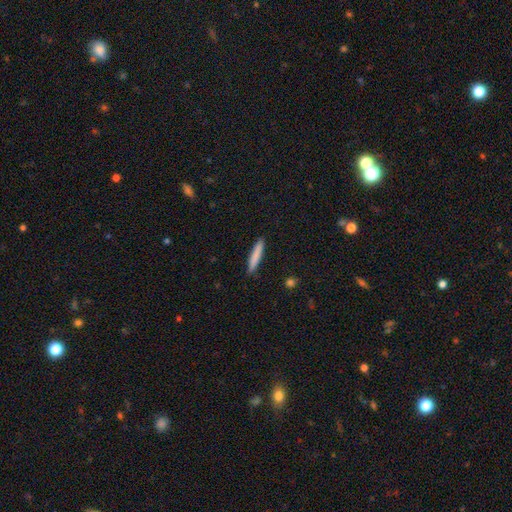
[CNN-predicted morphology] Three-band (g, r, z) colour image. It shows a smooth galaxy with no disk features (83%) that is cigar-shaped (92%). Merging: none (90%).